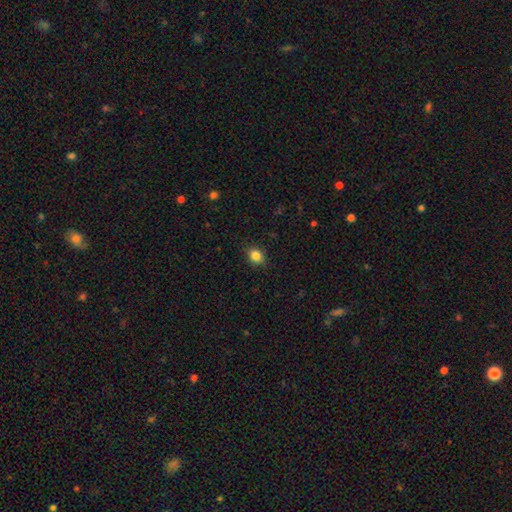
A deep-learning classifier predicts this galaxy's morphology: Q: Smooth or featured?
A: smooth (85%); runner-up: star or artifact (10%)
Q: How rounded?
A: round (53%); runner-up: in between (46%)
Q: Merging?
A: none (87%); runner-up: minor disturbance (10%)